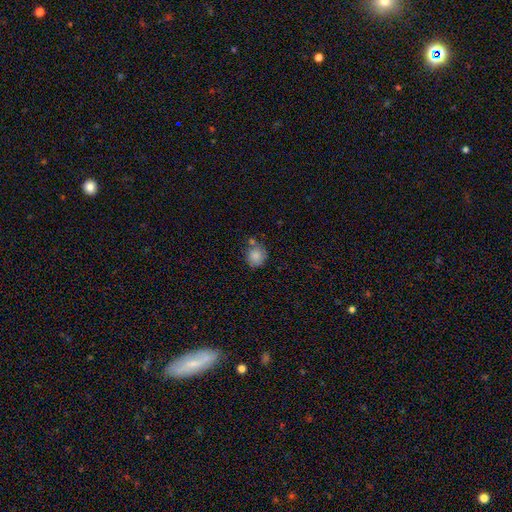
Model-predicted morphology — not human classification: This appears to be a smooth galaxy with no disk features (84%) that is round (80%). Merging: none (58%).